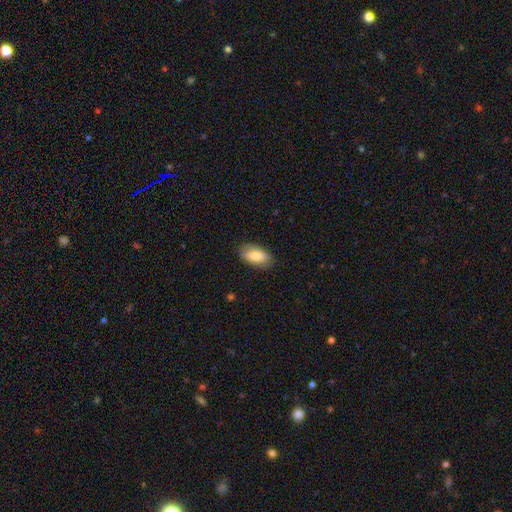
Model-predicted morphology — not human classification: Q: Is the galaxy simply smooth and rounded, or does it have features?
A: smooth — 79%.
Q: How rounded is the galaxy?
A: in between — 92%.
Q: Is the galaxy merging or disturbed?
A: none — 82%.